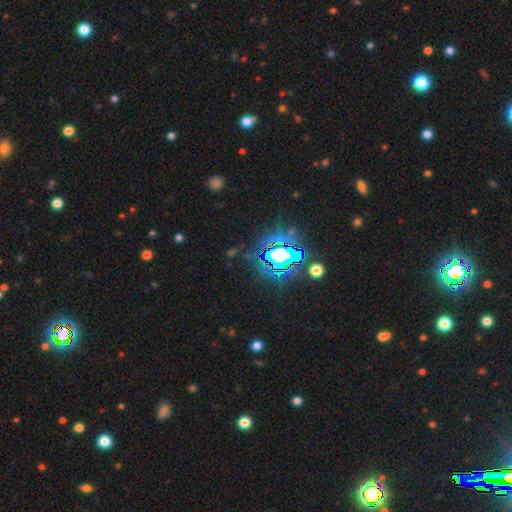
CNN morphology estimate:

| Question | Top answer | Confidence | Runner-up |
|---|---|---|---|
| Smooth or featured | star or artifact | 79% | smooth (12%) |